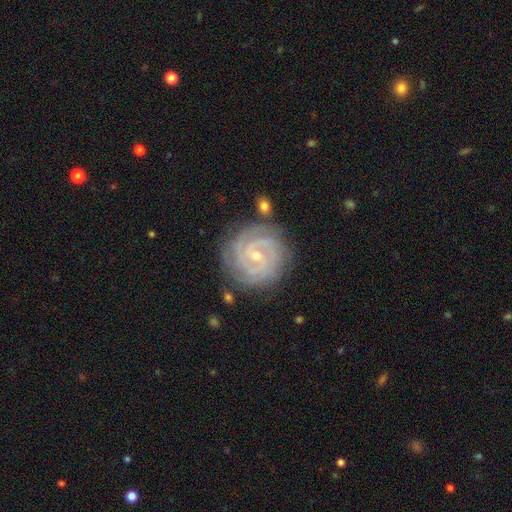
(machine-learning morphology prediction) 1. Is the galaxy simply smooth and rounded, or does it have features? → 90% featured or disk, 5% star or artifact, 5% smooth.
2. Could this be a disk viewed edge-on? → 98% no, 2% yes.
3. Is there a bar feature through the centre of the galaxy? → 46% no, 40% weak, 14% strong.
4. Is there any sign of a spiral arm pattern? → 98% yes, 2% no.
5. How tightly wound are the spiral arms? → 80% tight, 17% medium, 2% loose.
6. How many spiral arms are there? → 36% 2, 28% 3, 13% 4, 13% can't tell, 6% more than 4, 5% 1.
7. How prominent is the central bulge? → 72% small, 25% moderate, 1% none, 1% large, 1% dominant.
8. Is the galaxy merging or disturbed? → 80% none, 14% minor disturbance, 4% major disturbance, 2% merger.